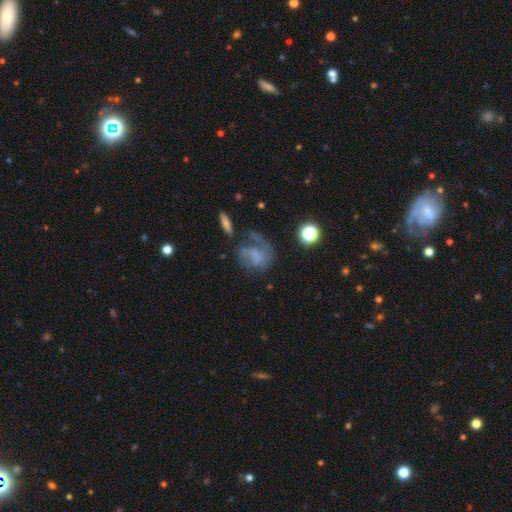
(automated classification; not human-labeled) A featured or disk galaxy (46%). Merging: major disturbance (36%).